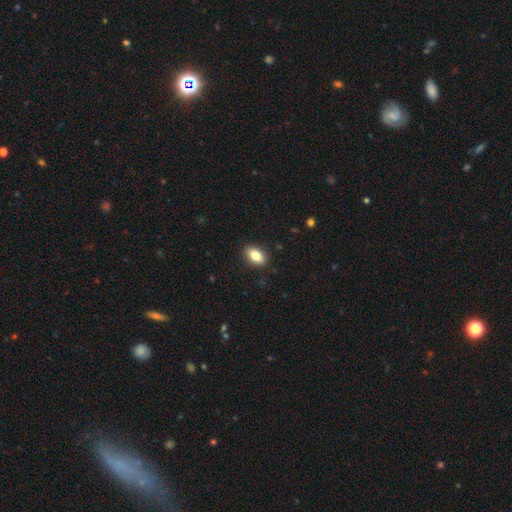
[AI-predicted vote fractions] The model was most divided on "how rounded": in between: 86%, round: 12%, cigar-shaped: 2%. More confident: merging — none (89%); smooth or featured — smooth (83%).